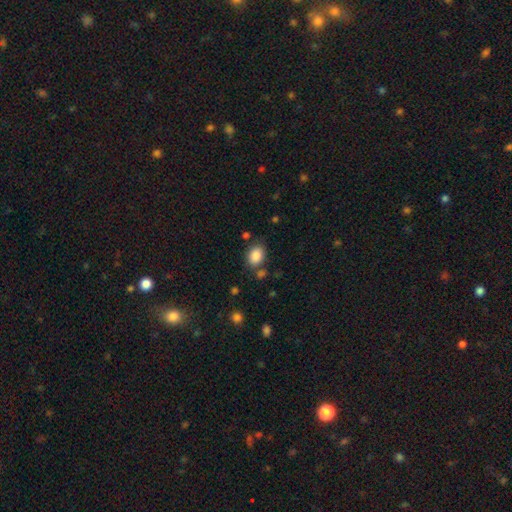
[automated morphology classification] Smooth or featured: smooth — 87% (star or artifact — 9%)
How rounded: in between — 69% (round — 30%)
Merging: none — 76% (minor disturbance — 14%)